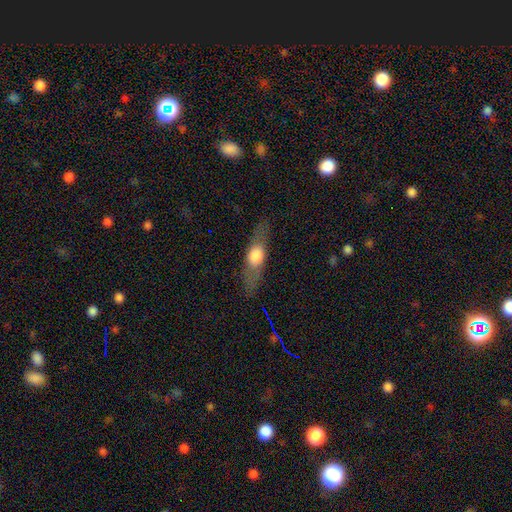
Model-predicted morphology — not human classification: Smooth or featured? smooth (47%)
Merging? none (81%)